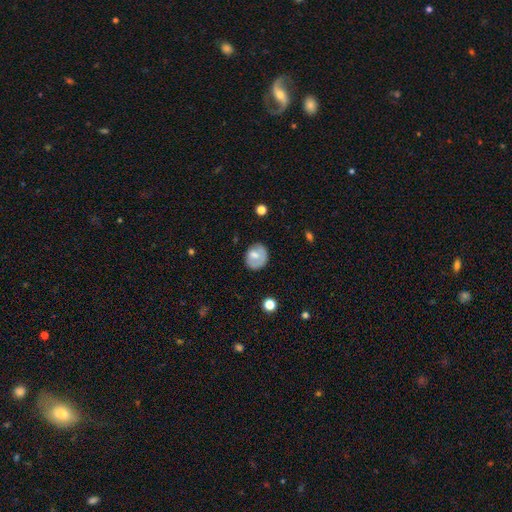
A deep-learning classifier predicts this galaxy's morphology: This appears to be a smooth galaxy with no disk features (63%) that is round (62%). Merging: none (66%).